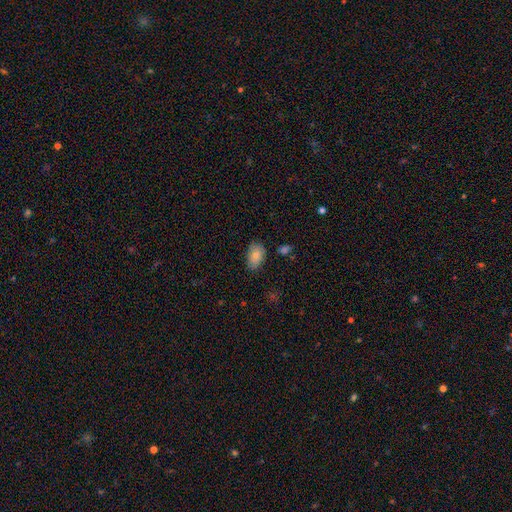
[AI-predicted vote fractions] The model was most divided on "merging": none: 73%, minor disturbance: 21%, major disturbance: 4%, merger: 2%. More confident: how rounded — in between (88%); smooth or featured — smooth (83%).